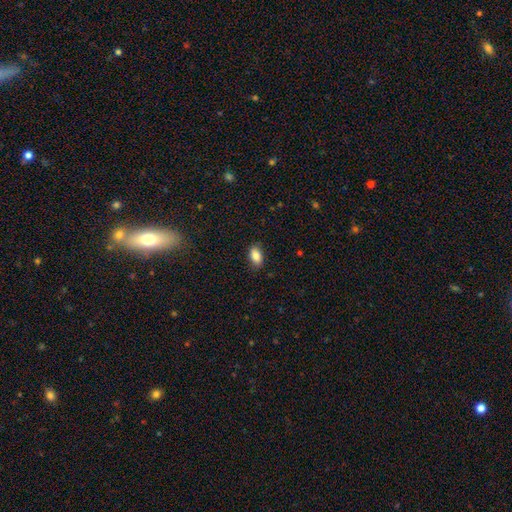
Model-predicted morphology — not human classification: Overall: smooth (86%). How rounded: in between (90%). Merging: none (86%).